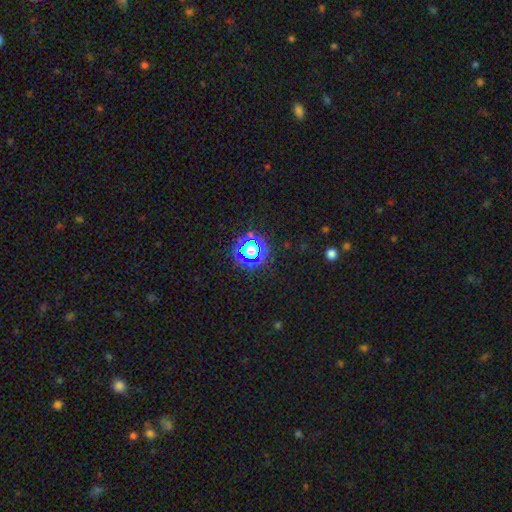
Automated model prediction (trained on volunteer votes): Q: Smooth or featured?
A: star or artifact (69%); runner-up: smooth (23%)